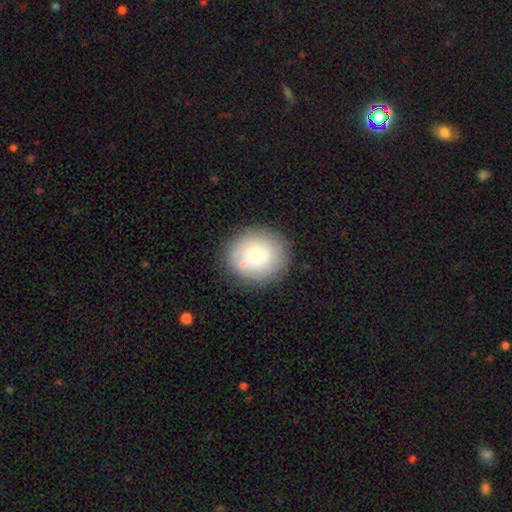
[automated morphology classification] Smooth or featured?
  - smooth: 57% *
  - featured or disk: 35%
  - star or artifact: 8%
How rounded?
  - round: 82% *
  - in between: 17%
  - cigar-shaped: 1%
Merging?
  - none: 77% *
  - minor disturbance: 14%
  - major disturbance: 5%
  - merger: 5%